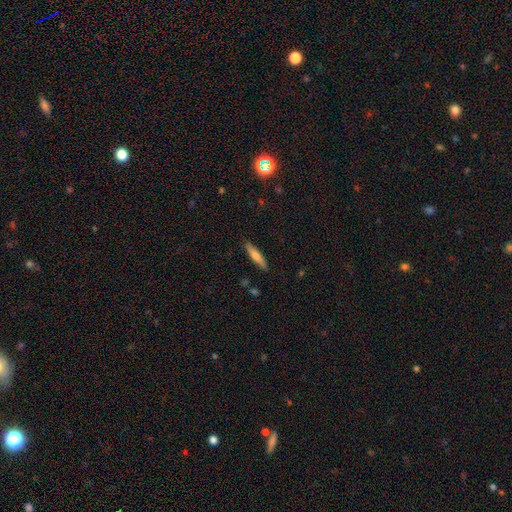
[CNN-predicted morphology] Smooth or featured? Predicted: smooth (p=0.60). How rounded? Predicted: cigar-shaped (p=0.85). Merging? Predicted: none (p=0.89).